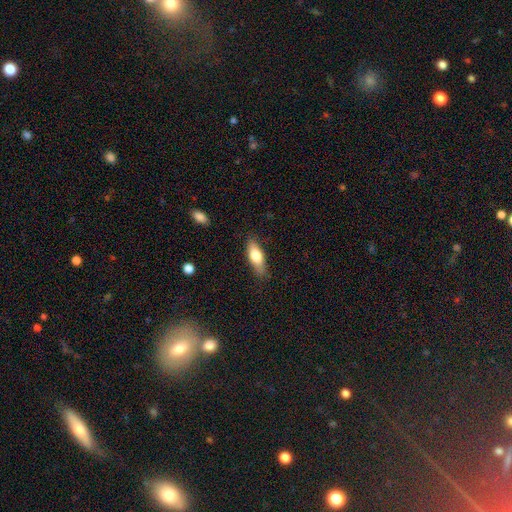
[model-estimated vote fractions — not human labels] smooth-or-featured: smooth: 69% | featured or disk: 24% | star or artifact: 6%
  how-rounded: in between: 64% | cigar-shaped: 33% | round: 3%
  merging: none: 82% | minor disturbance: 14% | major disturbance: 3% | merger: 1%